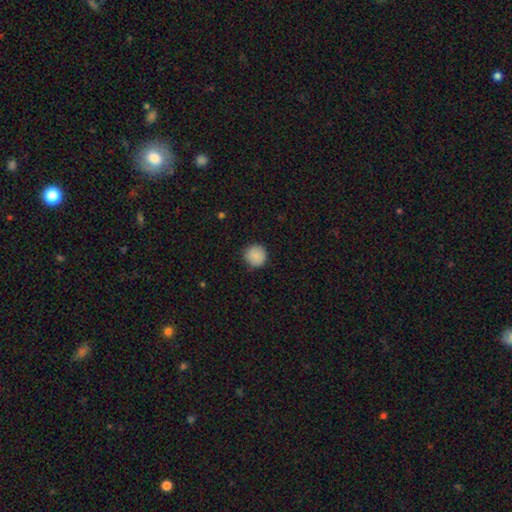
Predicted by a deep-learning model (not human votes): smooth_or_featured: smooth (p=0.89) [alt: star or artifact p=0.08]
how_rounded: round (p=0.95) [alt: in between p=0.04]
merging: none (p=0.90) [alt: minor disturbance p=0.07]